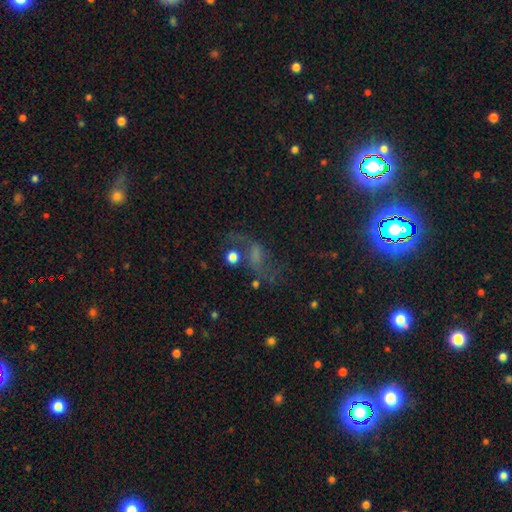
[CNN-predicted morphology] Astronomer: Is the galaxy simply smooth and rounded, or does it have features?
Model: featured or disk — 48% (runner-up: star or artifact, 28%).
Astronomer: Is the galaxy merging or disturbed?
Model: none — 51%.